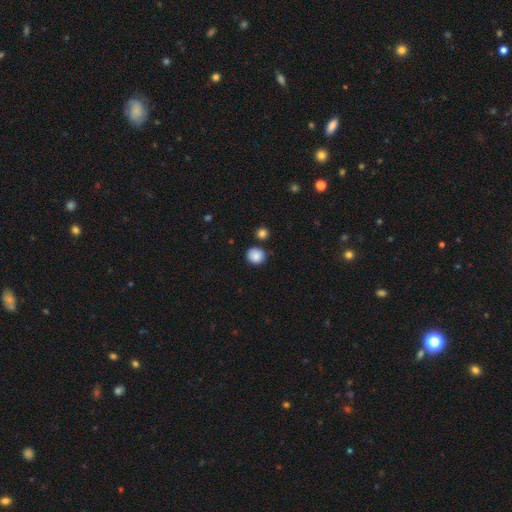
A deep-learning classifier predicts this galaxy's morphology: This appears to be a smooth galaxy with no disk features (86%) that is round (88%). Merging: none (81%).